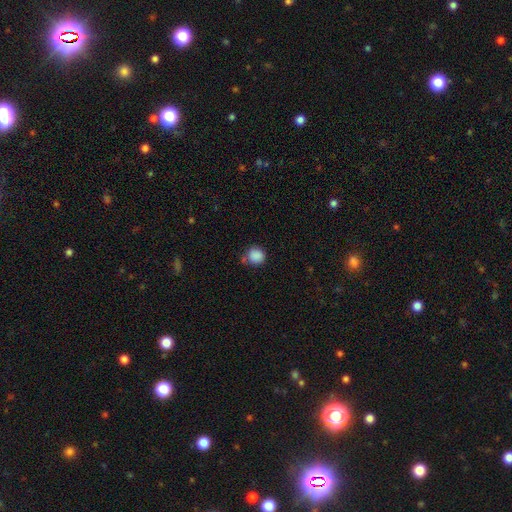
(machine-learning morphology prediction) Overall: smooth (87%). How rounded: round (88%). Merging: none (70%).